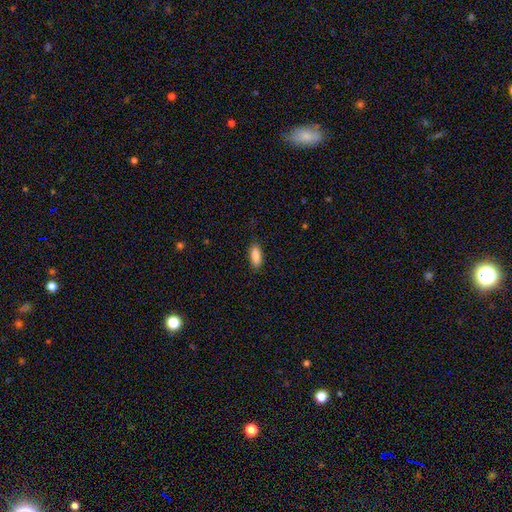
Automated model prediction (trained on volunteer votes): smooth 89%, star or artifact 7%, featured or disk 4%. Down the decision tree: how rounded — in between (80%); merging — none (84%).